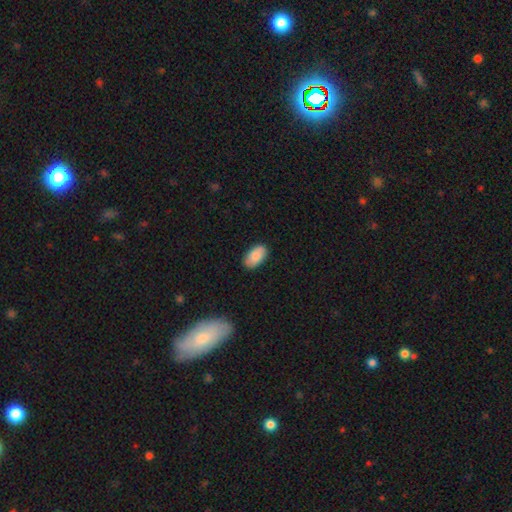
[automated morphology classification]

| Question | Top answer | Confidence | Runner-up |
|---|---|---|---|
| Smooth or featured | smooth | 85% | featured or disk (9%) |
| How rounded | in between | 95% | round (3%) |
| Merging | none | 86% | minor disturbance (11%) |